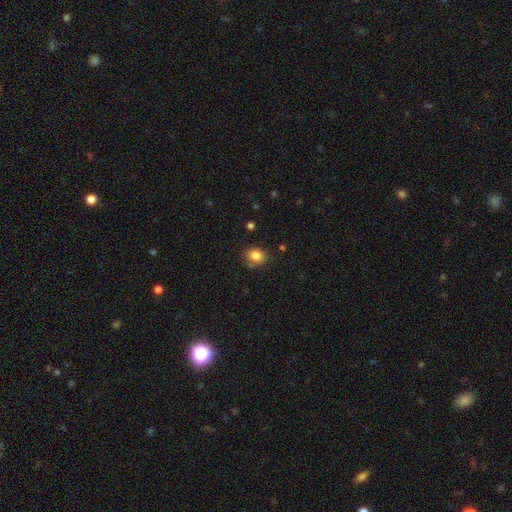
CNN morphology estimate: A smooth galaxy with no disk features (84%) that is round (64%).

Vote fractions:
- Smooth or featured? smooth: 84% / star or artifact: 10% / featured or disk: 6%
- How rounded? round: 64% / in between: 35% / cigar-shaped: 1%
- Merging? none: 78% / minor disturbance: 15% / major disturbance: 4% / merger: 3%